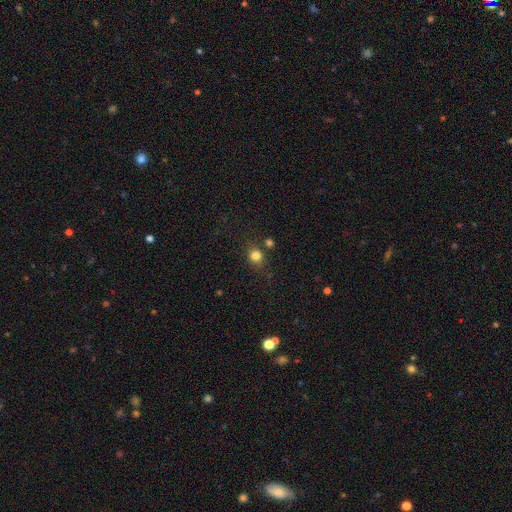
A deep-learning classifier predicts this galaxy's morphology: This appears to be a smooth galaxy with no disk features (81%) that is round (79%). Merging: none (76%).